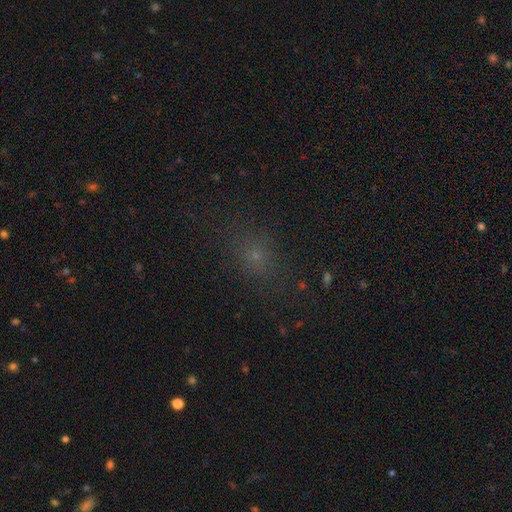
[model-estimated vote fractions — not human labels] Smooth or featured? Predicted: smooth (p=0.56). How rounded? Predicted: round (p=0.55). Merging? Predicted: none (p=0.77).